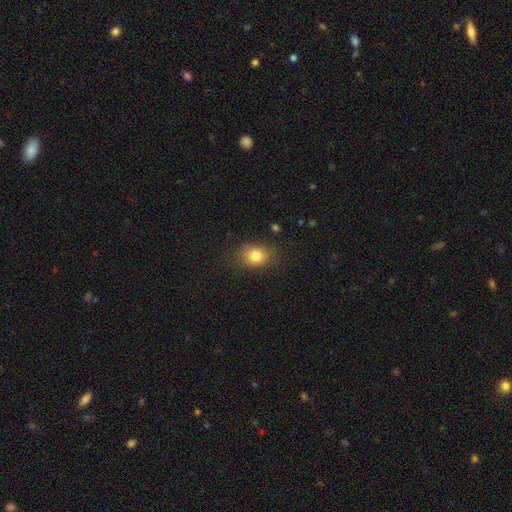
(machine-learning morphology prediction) A smooth galaxy with no disk features (81%) that is in between round and cigar-shaped (51%).

Vote fractions:
- Smooth or featured? smooth: 81% / star or artifact: 11% / featured or disk: 8%
- How rounded? in between: 51% / round: 48% / cigar-shaped: 1%
- Merging? none: 79% / minor disturbance: 15% / major disturbance: 5% / merger: 1%